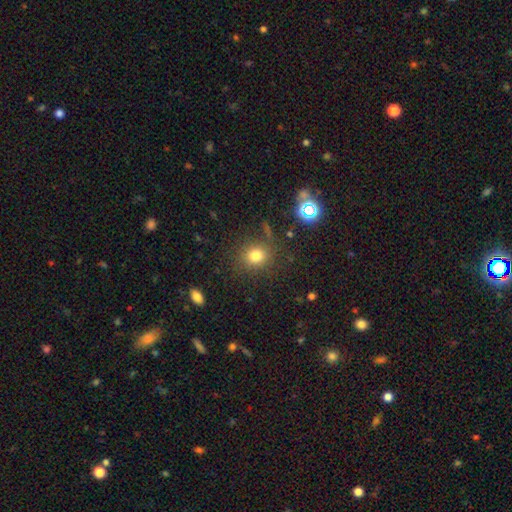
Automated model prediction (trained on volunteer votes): Smooth or featured: smooth — 75% (star or artifact — 17%)
How rounded: round — 79% (in between — 20%)
Merging: none — 81% (minor disturbance — 11%)